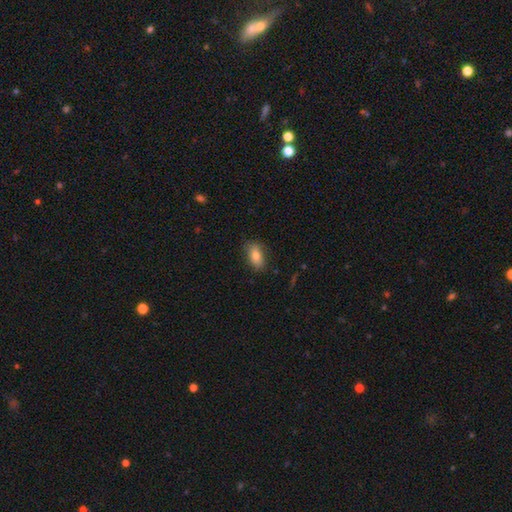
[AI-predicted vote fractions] This appears to be a smooth galaxy with no disk features (79%) that is in between round and cigar-shaped (88%). Merging: none (82%).